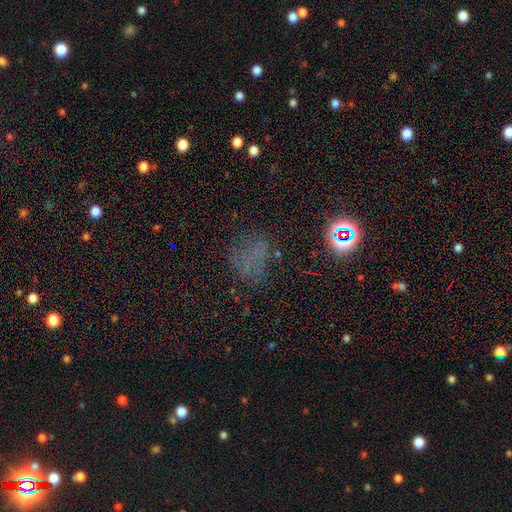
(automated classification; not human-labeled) The model was most divided on "smooth or featured": star or artifact: 43%, smooth: 40%, featured or disk: 17%.